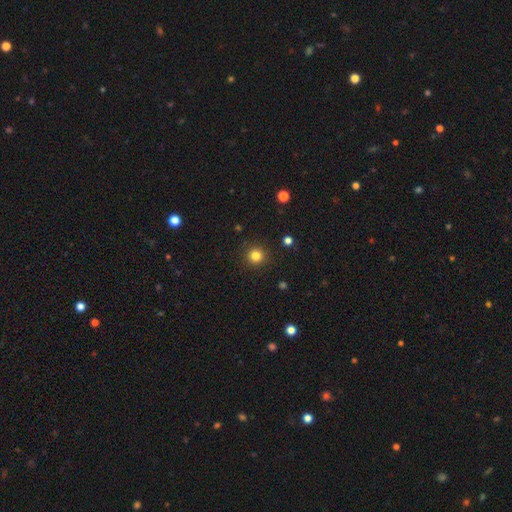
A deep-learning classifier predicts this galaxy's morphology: The model was most divided on "smooth or featured": smooth: 82%, star or artifact: 13%, featured or disk: 5%. More confident: how rounded — round (95%); merging — none (91%).